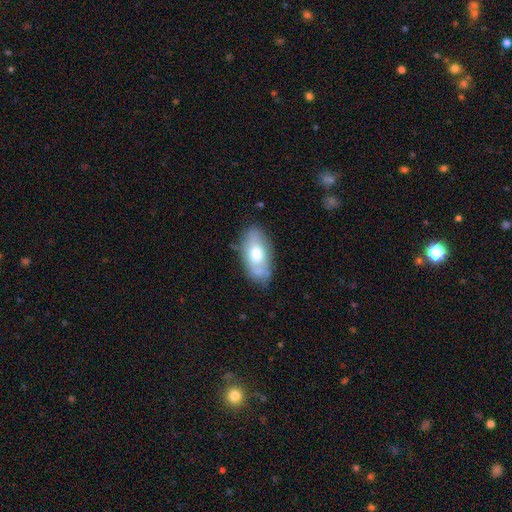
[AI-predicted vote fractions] smooth 62%, featured or disk 31%, star or artifact 7%. Down the decision tree: how rounded — in between (92%); merging — none (68%).